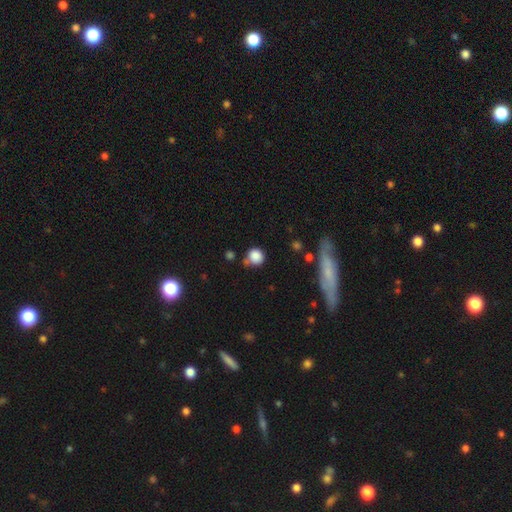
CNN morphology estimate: A smooth galaxy with no disk features (84%) that is round (87%).

Vote fractions:
- Smooth or featured? smooth: 84% / star or artifact: 10% / featured or disk: 6%
- How rounded? round: 87% / in between: 11% / cigar-shaped: 1%
- Merging? none: 62% / minor disturbance: 20% / merger: 11% / major disturbance: 6%